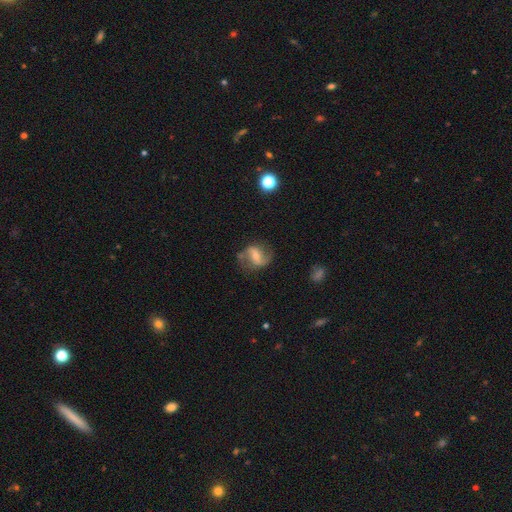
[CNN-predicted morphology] This is likely a featured or disk galaxy (79%). It is clearly not viewed edge-on (96%). Bar: marginally weak (40%, tied with strong). Spiral arm pattern: clearly yes (92%). Spiral arm count: clearly 2 (90%). Spiral winding: possibly loose (55%). Central bulge: possibly small (51%). Merging: likely none (73%).